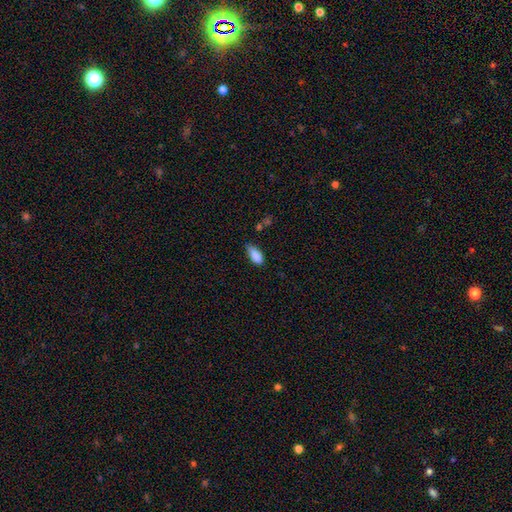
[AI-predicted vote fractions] Smooth or featured? Predicted: smooth (p=0.86). How rounded? Predicted: in between (p=0.81). Merging? Predicted: none (p=0.55).